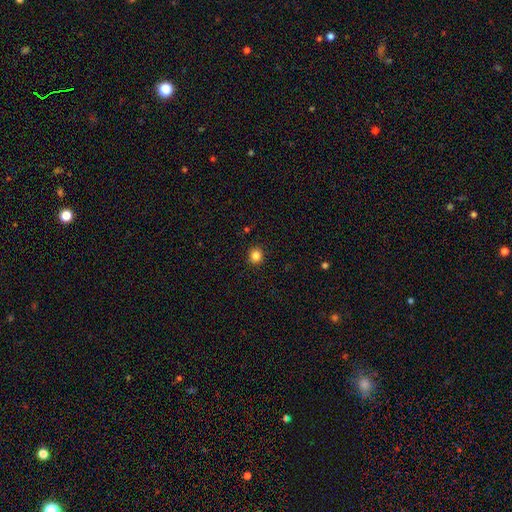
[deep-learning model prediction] A smooth galaxy with no disk features (84%) that is round (88%).

Vote fractions:
- Smooth or featured? smooth: 84% / star or artifact: 12% / featured or disk: 4%
- How rounded? round: 88% / in between: 11% / cigar-shaped: 1%
- Merging? none: 91% / minor disturbance: 6% / major disturbance: 2% / merger: 1%